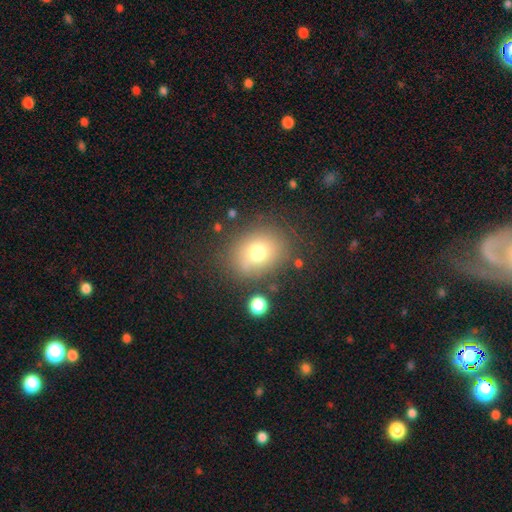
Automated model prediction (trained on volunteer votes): Smooth or featured: smooth — 70% (star or artifact — 17%)
How rounded: round — 57% (in between — 42%)
Merging: none — 81% (minor disturbance — 11%)